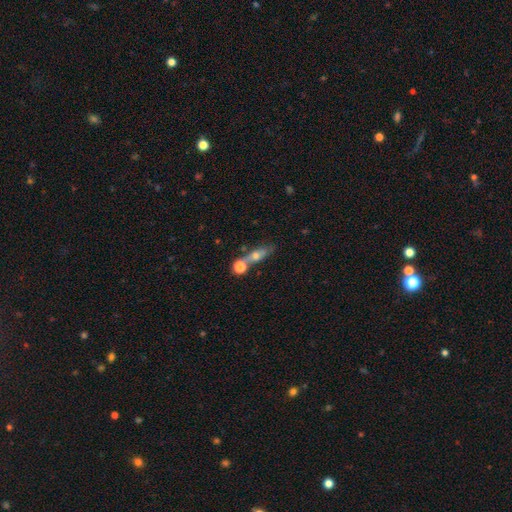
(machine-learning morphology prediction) The model was most divided on "how rounded": cigar-shaped: 43%, in between: 41%, round: 16%. More confident: merging — none (52%); smooth or featured — smooth (51%).